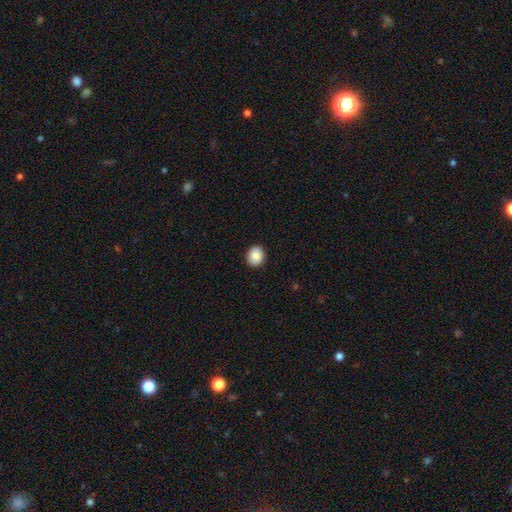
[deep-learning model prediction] A smooth galaxy with no disk features (88%) that is round (63%). Merging: none (91%).